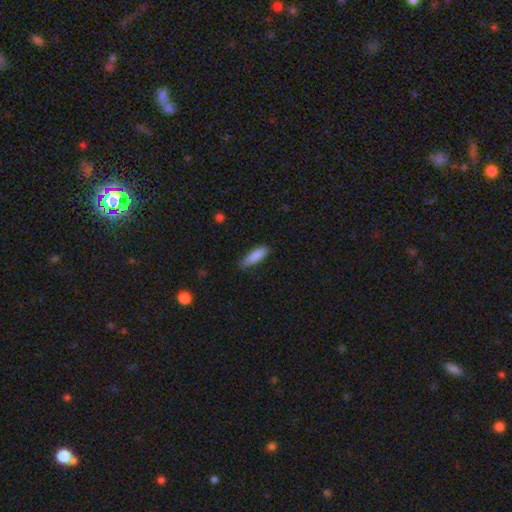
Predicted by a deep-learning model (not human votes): Morphology: type=smooth (87%); roundness=cigar-shaped (54%); merging=none (78%).